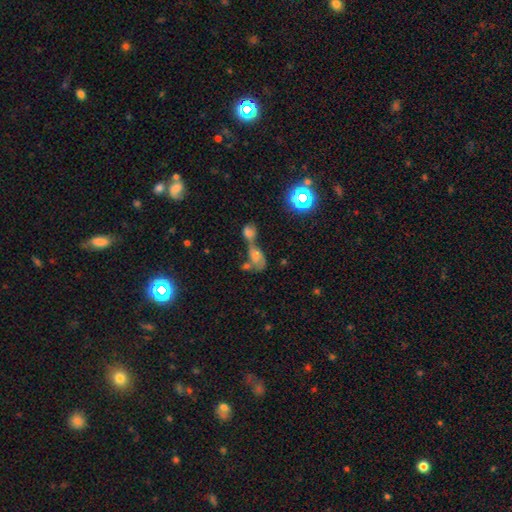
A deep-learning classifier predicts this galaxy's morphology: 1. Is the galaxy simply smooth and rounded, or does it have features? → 51% smooth, 30% featured or disk, 18% star or artifact.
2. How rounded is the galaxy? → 79% in between, 15% round, 6% cigar-shaped.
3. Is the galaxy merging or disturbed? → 73% merger, 12% none, 9% major disturbance, 7% minor disturbance.